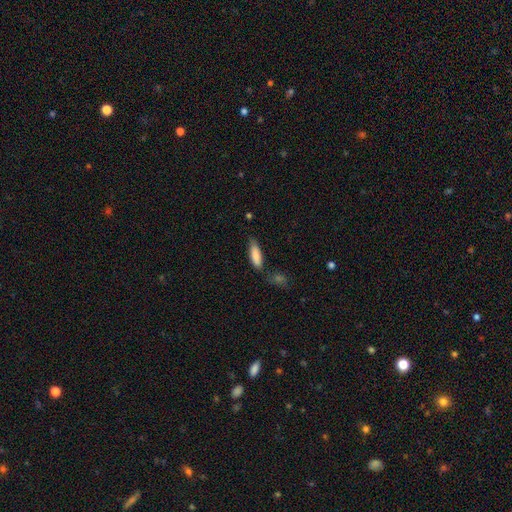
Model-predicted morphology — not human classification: smooth-or-featured: smooth: 83% | featured or disk: 11% | star or artifact: 6%
  how-rounded: in between: 51% | cigar-shaped: 47% | round: 2%
  merging: none: 68% | minor disturbance: 20% | merger: 8% | major disturbance: 4%